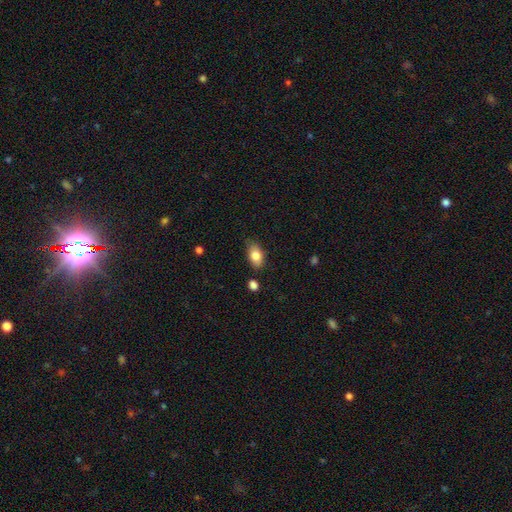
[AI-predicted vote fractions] The model was most divided on "merging": none: 78%, minor disturbance: 16%, merger: 3%, major disturbance: 3%. More confident: how rounded — in between (89%); smooth or featured — smooth (82%).